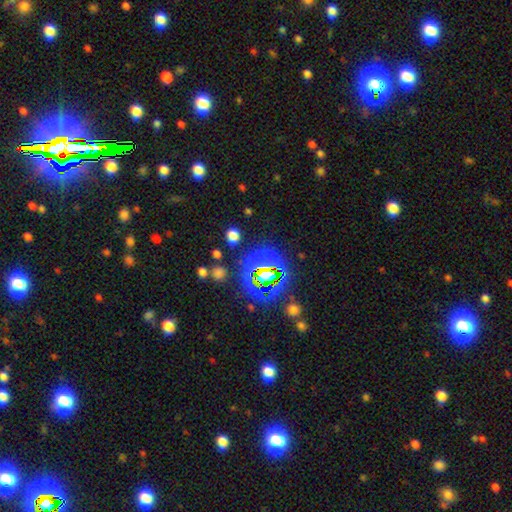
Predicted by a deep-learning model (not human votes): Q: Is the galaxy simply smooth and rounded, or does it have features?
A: star or artifact — 77%.